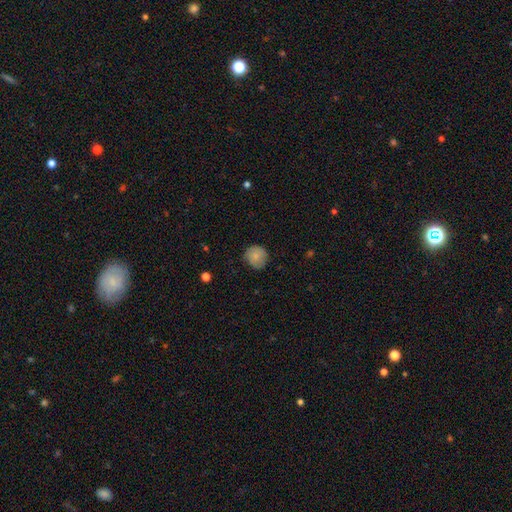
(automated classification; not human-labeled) Smooth or featured: smooth — 80% (featured or disk — 12%)
How rounded: round — 89% (in between — 10%)
Merging: none — 75% (minor disturbance — 20%)